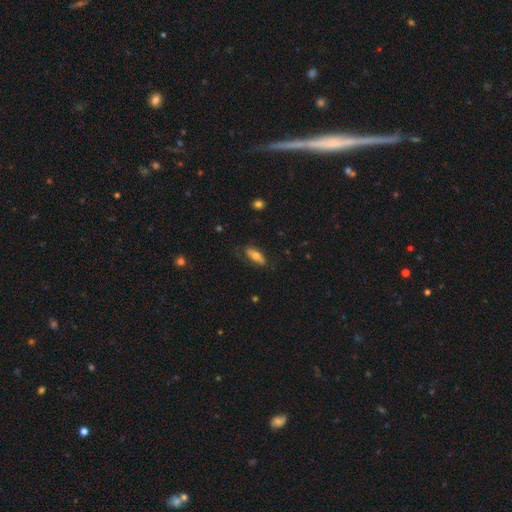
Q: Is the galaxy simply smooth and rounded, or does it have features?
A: smooth — 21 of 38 (55%).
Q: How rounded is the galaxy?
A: in between — 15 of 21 (71%).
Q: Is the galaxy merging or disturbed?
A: none — 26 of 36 (72%).